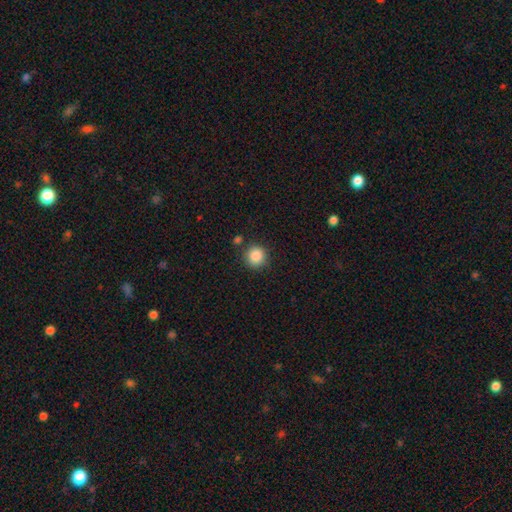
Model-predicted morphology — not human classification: The model was most divided on "merging": none: 84%, minor disturbance: 9%, merger: 4%, major disturbance: 3%. More confident: how rounded — round (92%); smooth or featured — smooth (87%).